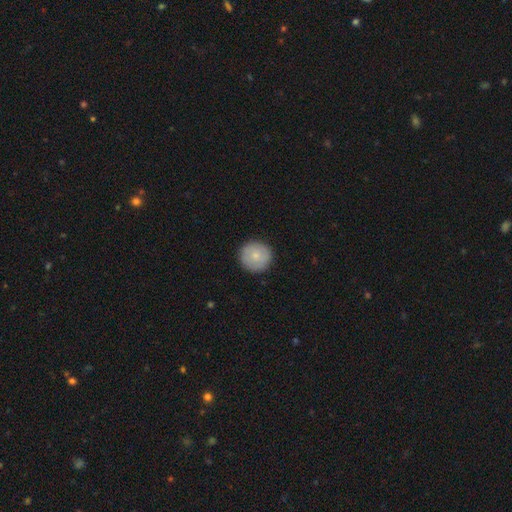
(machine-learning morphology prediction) smooth_or_featured: smooth (p=0.78) [alt: featured or disk p=0.16]
how_rounded: round (p=0.95) [alt: in between p=0.05]
merging: none (p=0.89) [alt: minor disturbance p=0.08]